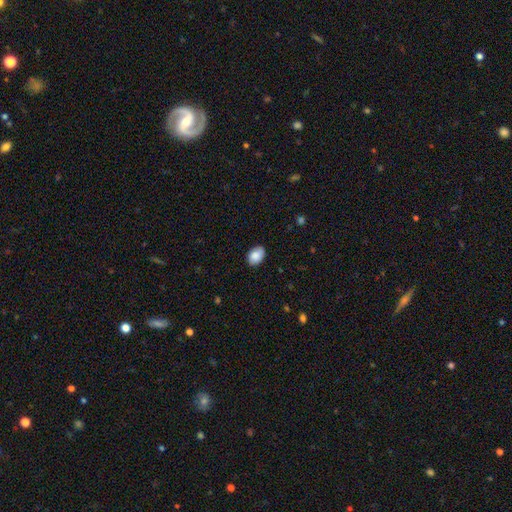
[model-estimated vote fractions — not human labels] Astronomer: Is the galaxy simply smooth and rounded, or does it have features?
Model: smooth — 86%.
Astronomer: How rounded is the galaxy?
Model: in between — 84%.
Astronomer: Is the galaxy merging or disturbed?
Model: none — 84%.